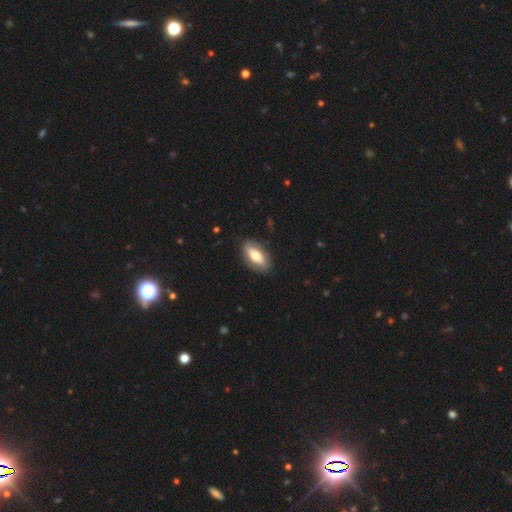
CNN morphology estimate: smooth-or-featured: smooth: 55% | featured or disk: 39% | star or artifact: 5%
  how-rounded: in between: 90% | cigar-shaped: 6% | round: 4%
  merging: none: 80% | minor disturbance: 15% | major disturbance: 4% | merger: 1%